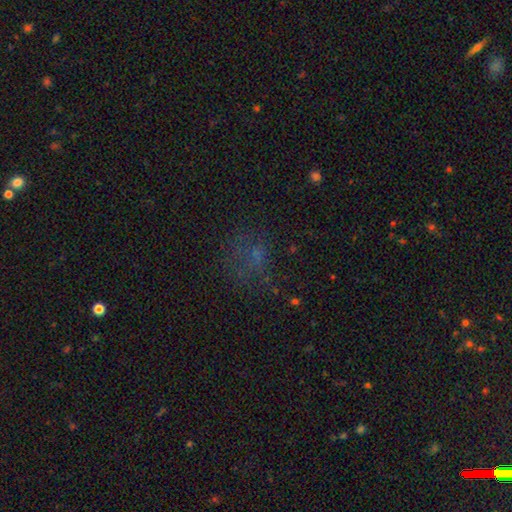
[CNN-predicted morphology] smooth_or_featured: smooth (p=0.43) [alt: star or artifact p=0.35]
merging: none (p=0.53) [alt: major disturbance p=0.26]